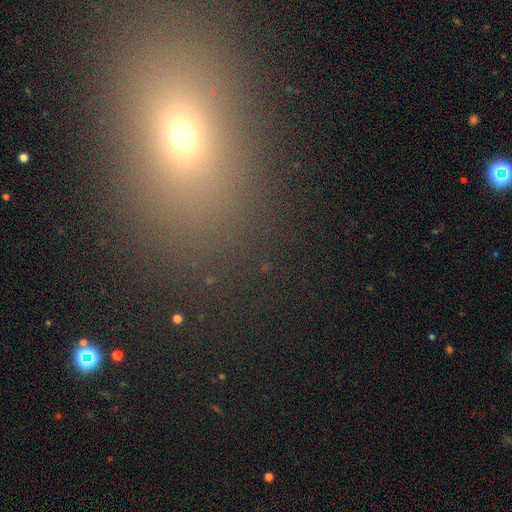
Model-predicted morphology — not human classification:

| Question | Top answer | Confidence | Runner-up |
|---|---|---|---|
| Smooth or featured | smooth | 50% | star or artifact (38%) |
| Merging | none | 83% | minor disturbance (8%) |